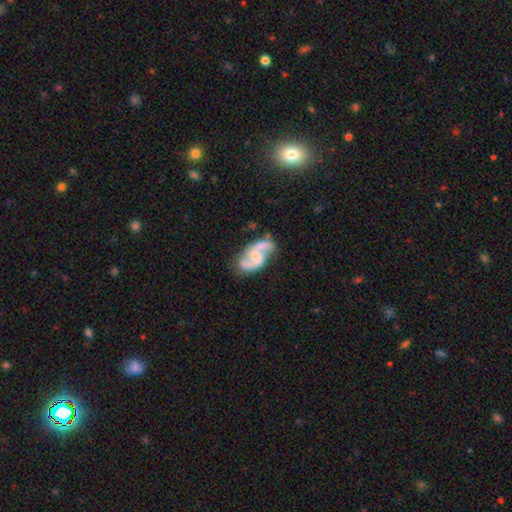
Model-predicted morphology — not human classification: smooth_or_featured: featured or disk (p=0.83) [alt: smooth p=0.11]
disk_edge_on: no (p=0.97) [alt: yes p=0.03]
bar: no (p=0.49) [alt: weak p=0.41]
has_spiral_arms: yes (p=0.95) [alt: no p=0.05]
spiral_winding: medium (p=0.45) [alt: loose p=0.43]
spiral_arm_count: 2 (p=0.91) [alt: can't tell p=0.04]
bulge_size: small (p=0.50) [alt: moderate p=0.29]
merging: none (p=0.66) [alt: minor disturbance p=0.20]